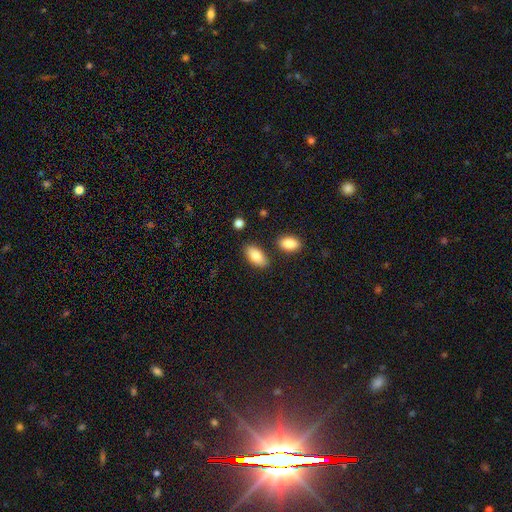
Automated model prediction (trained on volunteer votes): smooth 84%, featured or disk 9%, star or artifact 7%. Down the decision tree: how rounded — in between (92%); merging — none (81%).